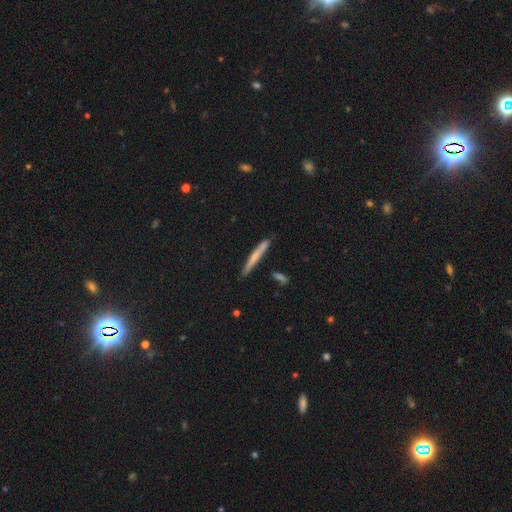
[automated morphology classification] smooth 56%, featured or disk 37%, star or artifact 7%. Down the decision tree: how rounded — cigar-shaped (96%); merging — none (85%).